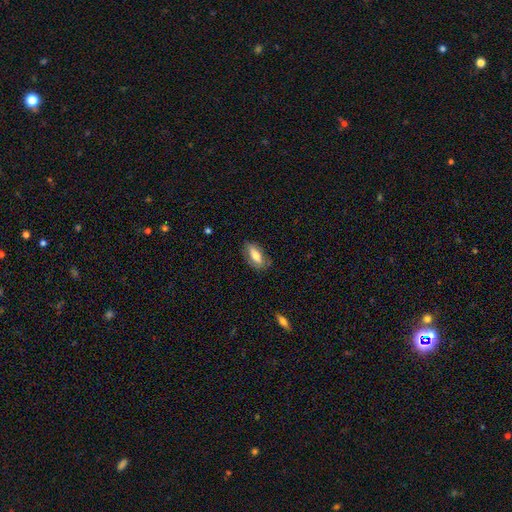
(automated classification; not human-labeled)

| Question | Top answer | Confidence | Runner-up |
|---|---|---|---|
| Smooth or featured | smooth | 68% | featured or disk (25%) |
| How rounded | in between | 74% | cigar-shaped (23%) |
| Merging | none | 77% | minor disturbance (17%) |